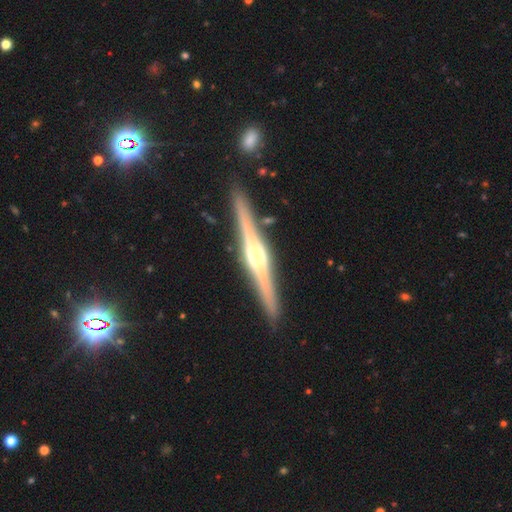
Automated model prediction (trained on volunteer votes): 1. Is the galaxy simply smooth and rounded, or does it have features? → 82% featured or disk, 13% smooth, 5% star or artifact.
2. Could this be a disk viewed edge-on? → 98% yes, 2% no.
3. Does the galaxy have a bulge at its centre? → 84% rounded, 12% boxy, 4% none.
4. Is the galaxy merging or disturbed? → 89% none, 8% minor disturbance, 2% merger, 2% major disturbance.